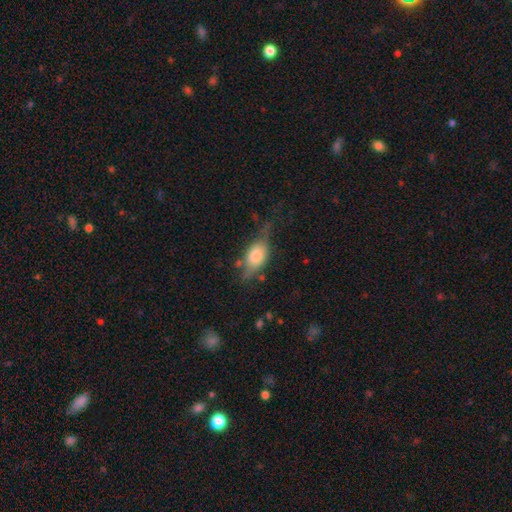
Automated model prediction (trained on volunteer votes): Smooth or featured? smooth (58%)
How rounded? in between (78%)
Merging? none (49%)